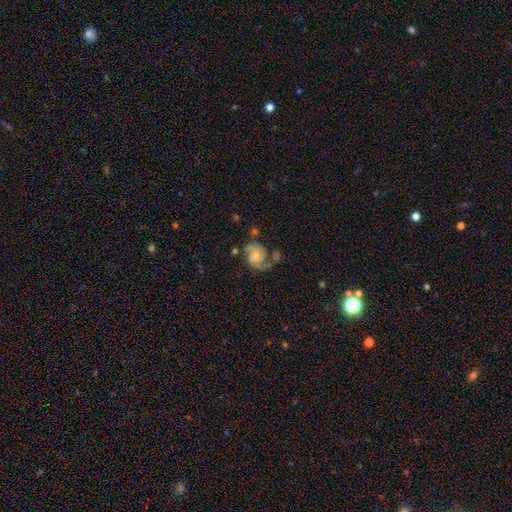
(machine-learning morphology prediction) Q: Smooth or featured?
A: featured or disk (83%); runner-up: smooth (11%)
Q: Edge-on disk?
A: no (98%); runner-up: yes (2%)
Q: Bar?
A: no (69%); runner-up: weak (27%)
Q: Spiral arms?
A: yes (96%); runner-up: no (4%)
Q: Spiral winding?
A: medium (50%); runner-up: loose (30%)
Q: Spiral arm count?
A: 2 (83%); runner-up: 1 (10%)
Q: Bulge size?
A: small (52%); runner-up: moderate (37%)
Q: Merging?
A: none (54%); runner-up: minor disturbance (21%)